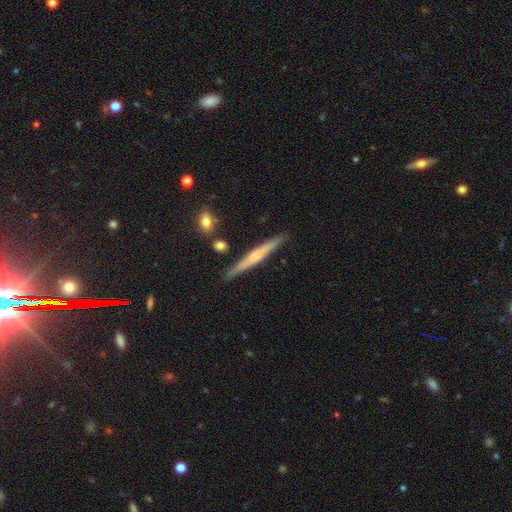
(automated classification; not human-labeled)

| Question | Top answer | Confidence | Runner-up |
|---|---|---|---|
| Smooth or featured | featured or disk | 56% | smooth (38%) |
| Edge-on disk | yes | 97% | no (3%) |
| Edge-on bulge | rounded | 49% | none (38%) |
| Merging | none | 87% | minor disturbance (9%) |